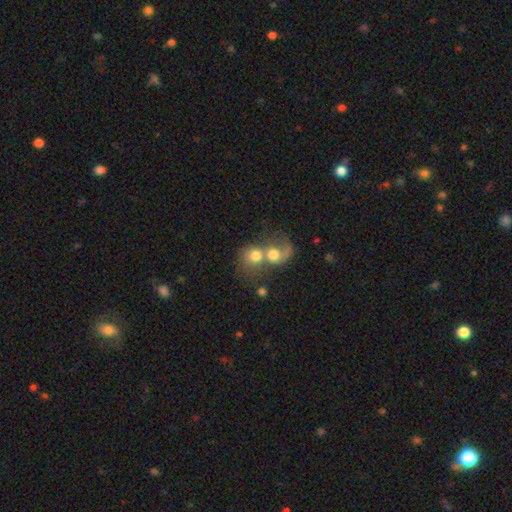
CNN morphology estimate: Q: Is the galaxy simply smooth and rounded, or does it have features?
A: smooth — 62%.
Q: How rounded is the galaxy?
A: round — 68%.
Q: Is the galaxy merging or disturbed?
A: merger — 75%.